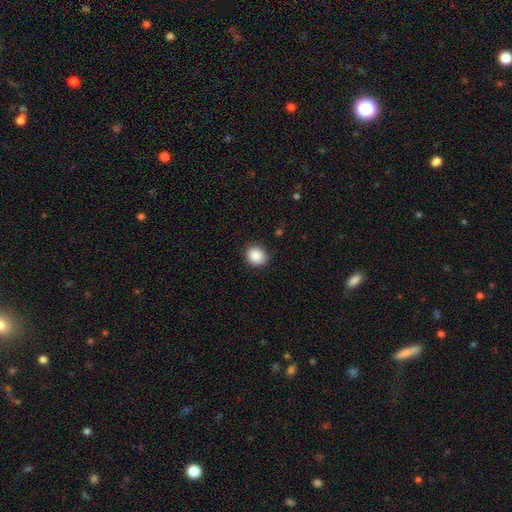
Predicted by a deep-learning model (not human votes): Smooth or featured?
  - smooth: 88% *
  - star or artifact: 9%
  - featured or disk: 3%
How rounded?
  - round: 74% *
  - in between: 25%
  - cigar-shaped: 1%
Merging?
  - none: 87% *
  - minor disturbance: 10%
  - major disturbance: 2%
  - merger: 1%